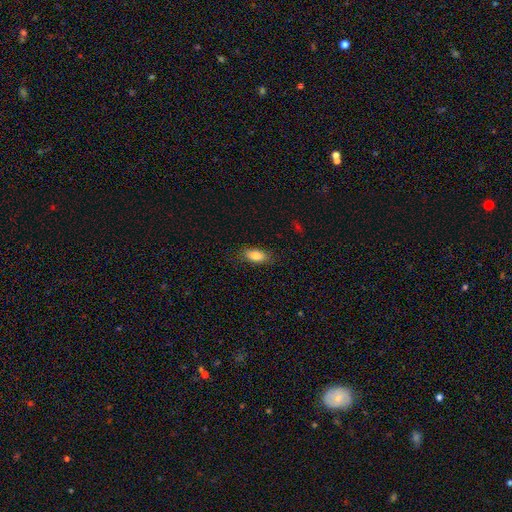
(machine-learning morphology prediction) The model was most divided on "merging": none: 83%, minor disturbance: 13%, major disturbance: 3%, merger: 1%. More confident: how rounded — in between (86%); smooth or featured — smooth (82%).